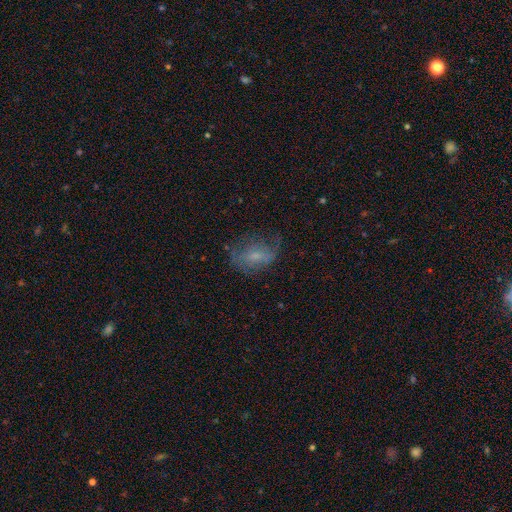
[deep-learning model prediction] Smooth or featured: featured or disk — 45% (tied with smooth — 45%)
Merging: none — 47% (minor disturbance — 27%)